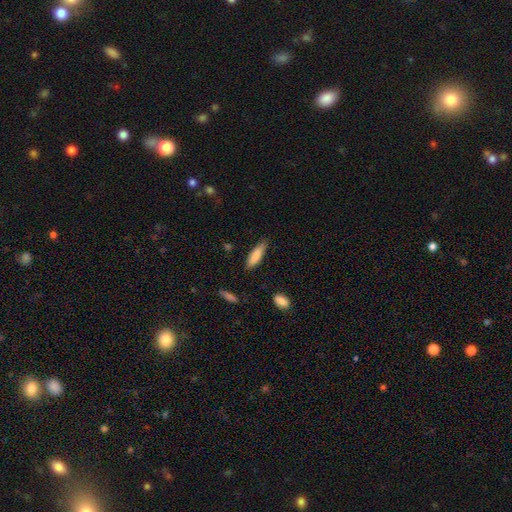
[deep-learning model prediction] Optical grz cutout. It shows a smooth galaxy with no disk features (84%) that is cigar-shaped (61%). Merging: none (80%).